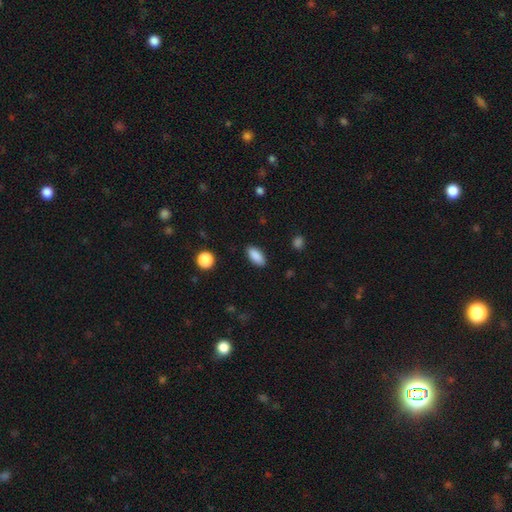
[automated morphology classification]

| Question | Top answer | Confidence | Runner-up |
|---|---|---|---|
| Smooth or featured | smooth | 88% | star or artifact (7%) |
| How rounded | in between | 85% | cigar-shaped (13%) |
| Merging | none | 88% | minor disturbance (9%) |